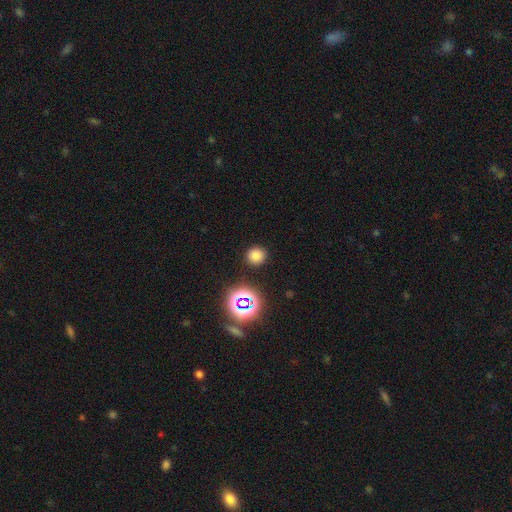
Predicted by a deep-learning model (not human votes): This is likely a smooth galaxy (75%). How rounded: clearly round (88%). Merging: clearly none (89%).